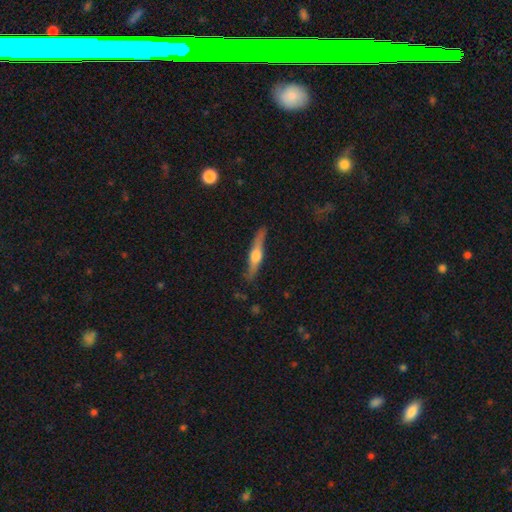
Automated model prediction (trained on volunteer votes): Overall: featured or disk (65%; smooth 30%). Edge-on disk: yes (95%). Edge-on bulge: rounded (90%). Merging: none (82%).